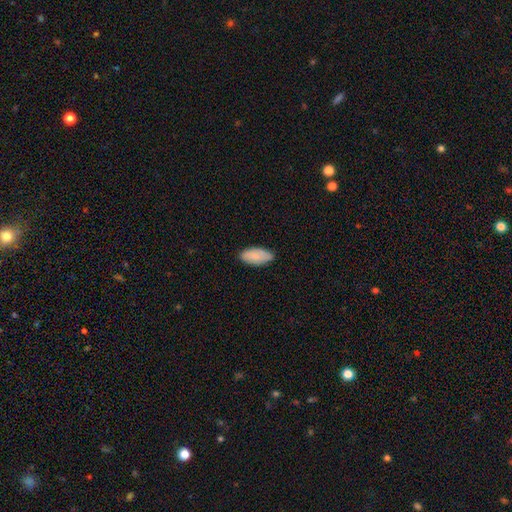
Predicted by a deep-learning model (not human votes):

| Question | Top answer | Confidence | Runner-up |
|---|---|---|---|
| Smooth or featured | smooth | 79% | featured or disk (14%) |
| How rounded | in between | 91% | cigar-shaped (7%) |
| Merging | none | 78% | minor disturbance (18%) |